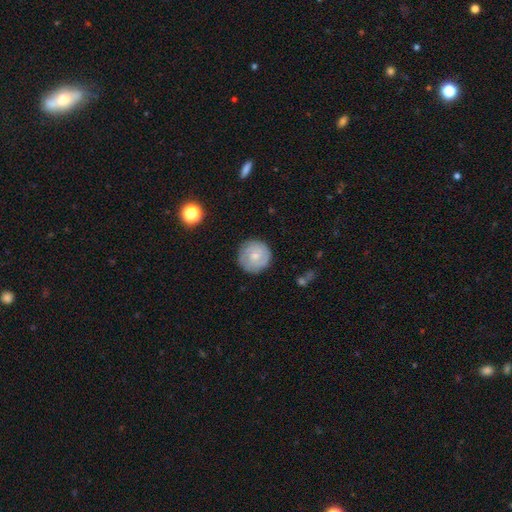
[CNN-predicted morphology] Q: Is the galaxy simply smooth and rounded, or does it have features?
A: featured or disk — 47%, tied with smooth.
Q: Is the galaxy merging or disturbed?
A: none — 83%.